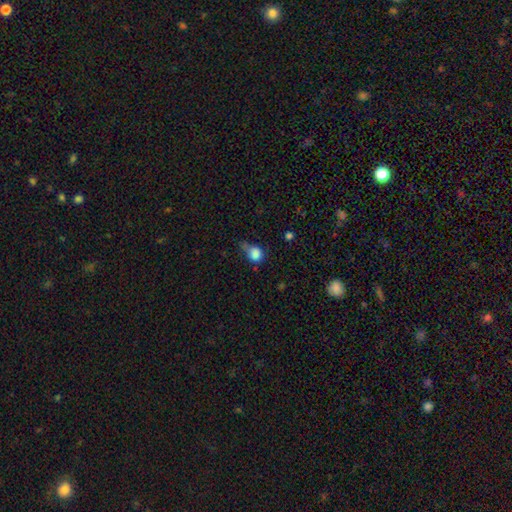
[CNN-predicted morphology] This is clearly a smooth galaxy (82%). How rounded: likely round (68%). Merging: marginally minor disturbance (35%, tied with none).